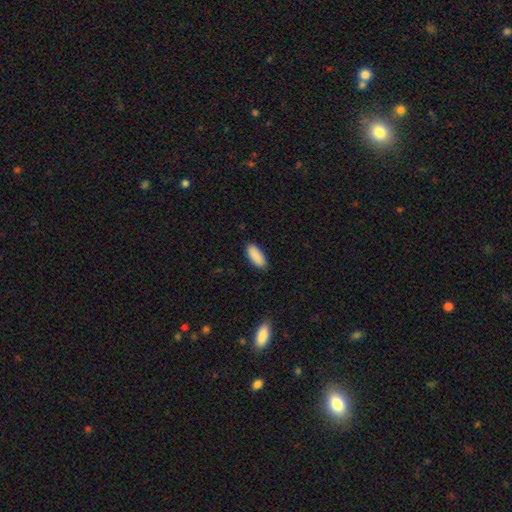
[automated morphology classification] Smooth or featured? Predicted: smooth (p=0.90). How rounded? Predicted: in between (p=0.84). Merging? Predicted: none (p=0.88).